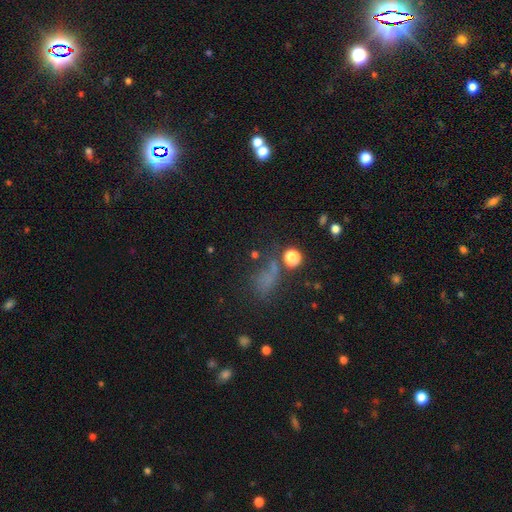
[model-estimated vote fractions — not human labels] Smooth or featured: smooth — 48% (star or artifact — 40%)
Merging: none — 50% (major disturbance — 21%)